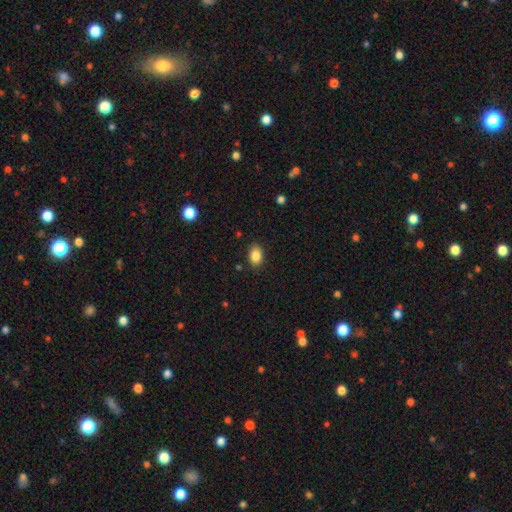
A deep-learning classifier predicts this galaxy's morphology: Overall: smooth (86%). How rounded: in between (81%). Merging: none (85%).